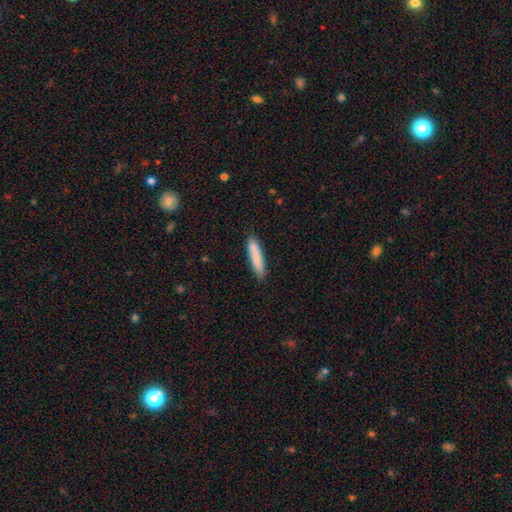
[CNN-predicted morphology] Q: Smooth or featured?
A: smooth (84%); runner-up: featured or disk (10%)
Q: How rounded?
A: cigar-shaped (88%); runner-up: in between (10%)
Q: Merging?
A: none (86%); runner-up: minor disturbance (10%)